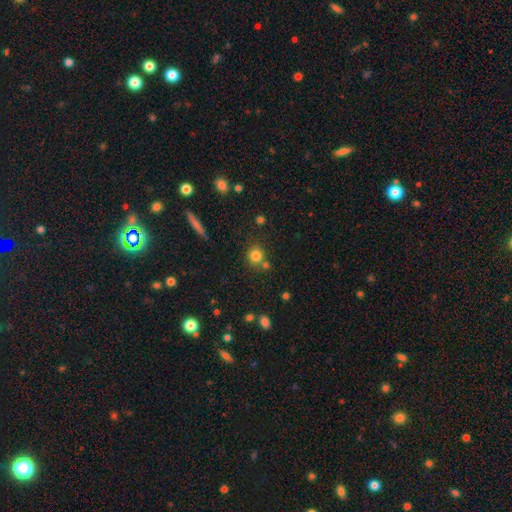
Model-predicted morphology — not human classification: This appears to be a smooth galaxy with no disk features (79%) that is round (89%). Merging: none (72%).